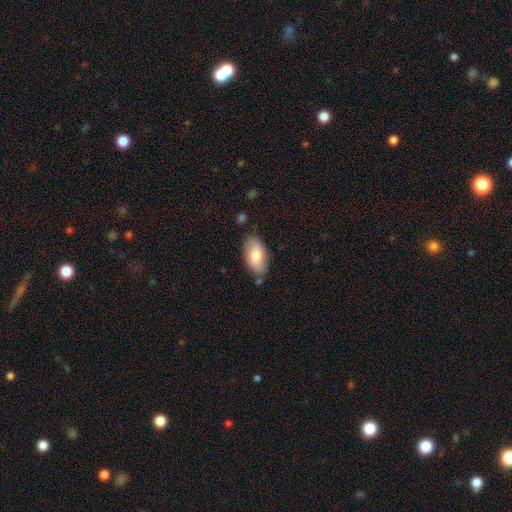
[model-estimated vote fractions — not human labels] Smooth or featured?
  - smooth: 78% *
  - featured or disk: 17%
  - star or artifact: 6%
How rounded?
  - in between: 94% *
  - round: 3%
  - cigar-shaped: 2%
Merging?
  - none: 77% *
  - minor disturbance: 16%
  - merger: 4%
  - major disturbance: 3%